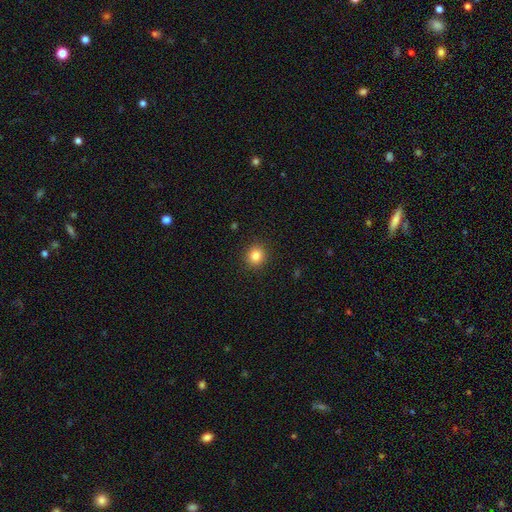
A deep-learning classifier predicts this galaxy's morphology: Smooth or featured? Predicted: smooth (p=0.84). How rounded? Predicted: round (p=0.87). Merging? Predicted: none (p=0.91).